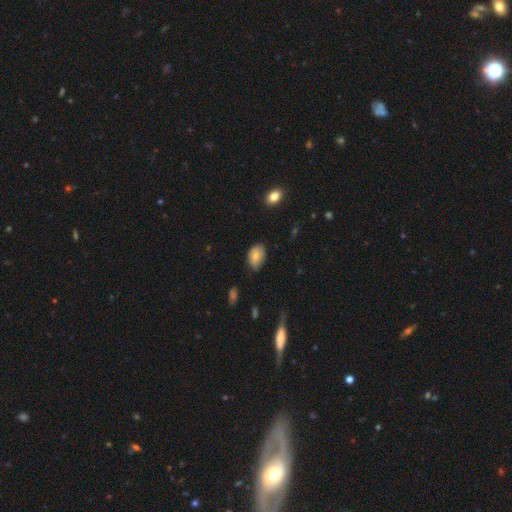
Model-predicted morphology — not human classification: A smooth galaxy with no disk features (78%) that is in between round and cigar-shaped (85%). Merging: none (64%).